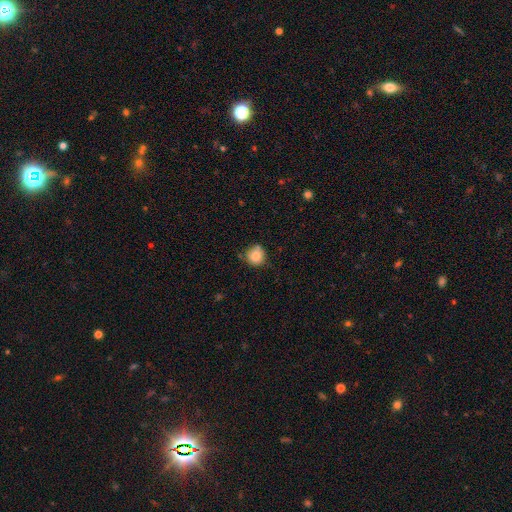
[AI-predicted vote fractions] smooth 85%, star or artifact 9%, featured or disk 5%. Down the decision tree: how rounded — round (90%); merging — none (74%).